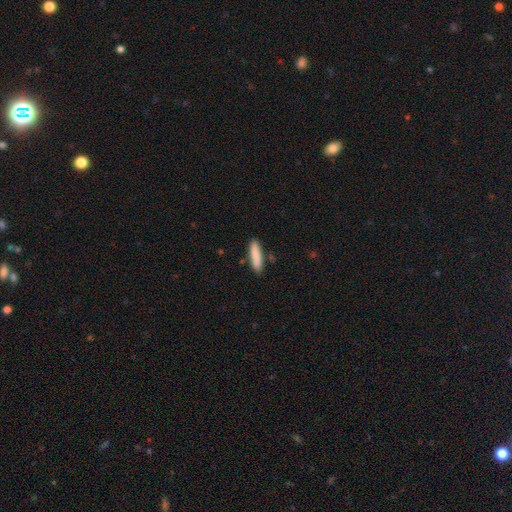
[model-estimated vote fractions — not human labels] Smooth or featured: smooth — 86% (featured or disk — 9%)
How rounded: cigar-shaped — 76% (in between — 23%)
Merging: none — 84% (minor disturbance — 11%)